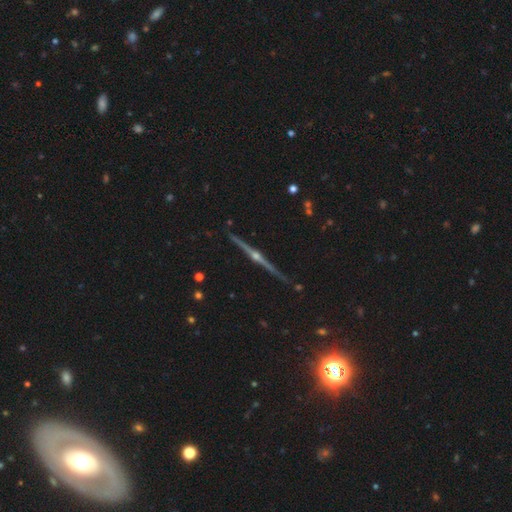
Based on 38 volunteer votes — This is clearly a featured or disk galaxy (95%). It is clearly viewed edge-on (100%). Edge-on bulge: clearly rounded (97%). Merging: clearly none (100%).